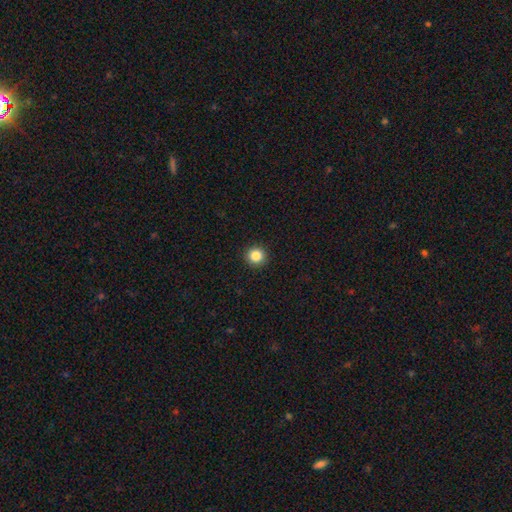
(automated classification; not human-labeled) Overall: smooth (86%). How rounded: round (95%). Merging: none (93%).